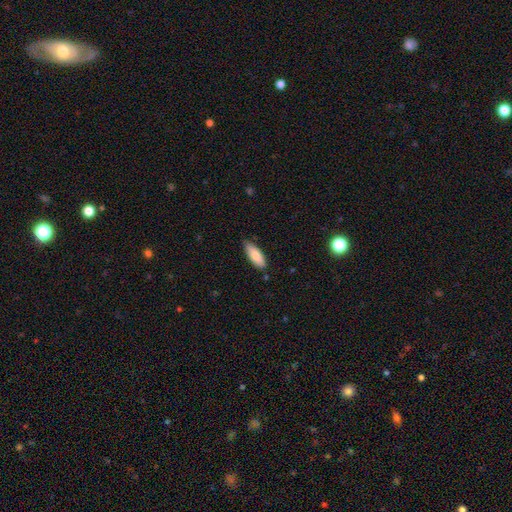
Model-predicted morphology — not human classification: smooth 81%, featured or disk 13%, star or artifact 6%. Down the decision tree: how rounded — in between (71%); merging — none (79%).